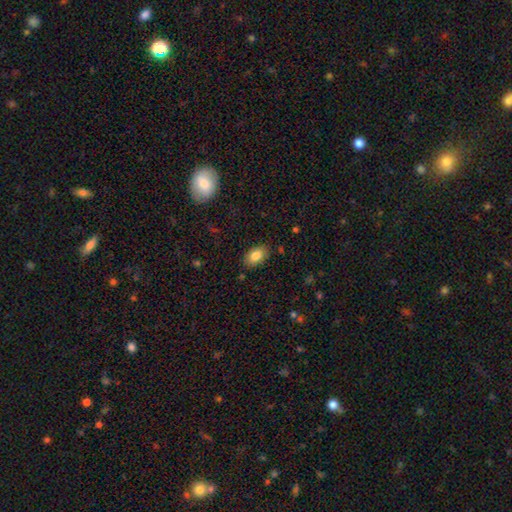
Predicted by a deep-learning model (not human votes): Q: Smooth or featured?
A: smooth (83%); runner-up: featured or disk (9%)
Q: How rounded?
A: in between (91%); runner-up: round (8%)
Q: Merging?
A: none (85%); runner-up: minor disturbance (11%)